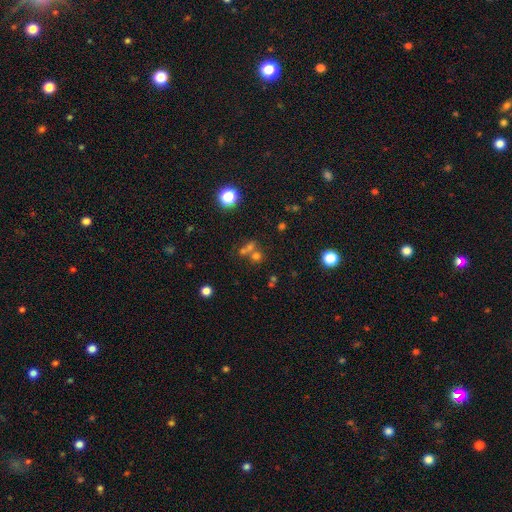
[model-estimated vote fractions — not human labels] Morphology: type=star or artifact (46%).